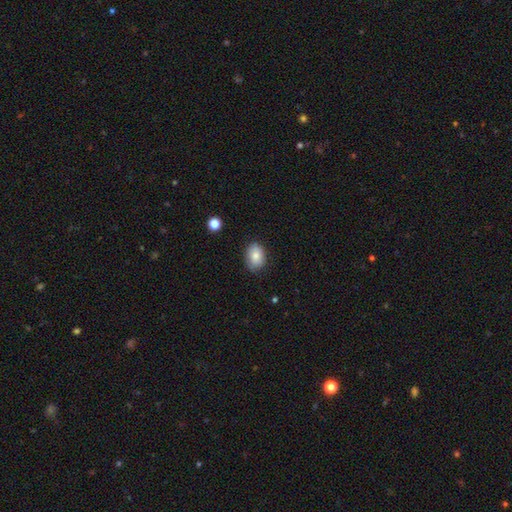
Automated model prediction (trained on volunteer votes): Smooth or featured: smooth — 83% (featured or disk — 9%)
How rounded: in between — 76% (round — 23%)
Merging: none — 80% (minor disturbance — 15%)